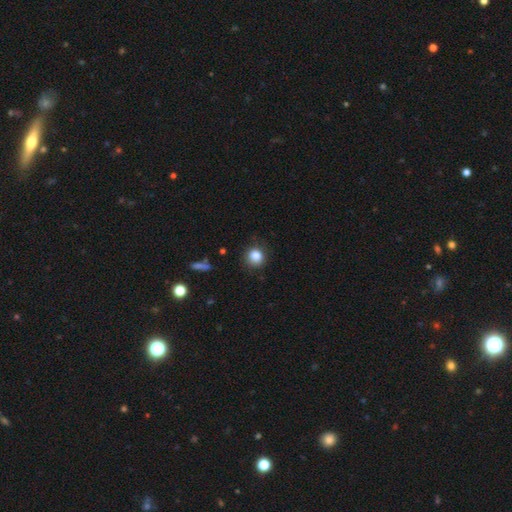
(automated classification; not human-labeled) smooth 83%, star or artifact 11%, featured or disk 6%. Down the decision tree: how rounded — round (85%); merging — none (85%).